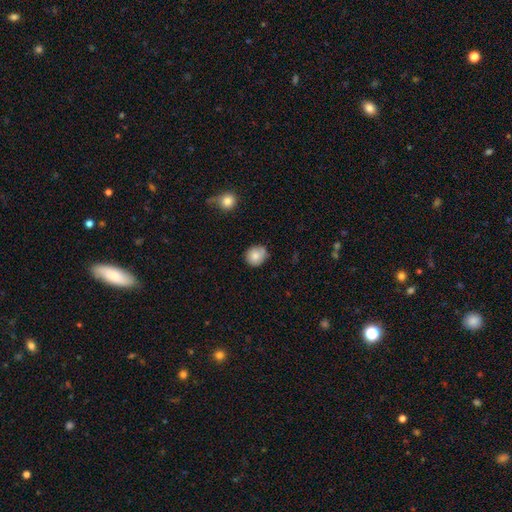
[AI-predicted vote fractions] This is clearly a smooth galaxy (83%). How rounded: clearly round (81%). Merging: likely none (73%).